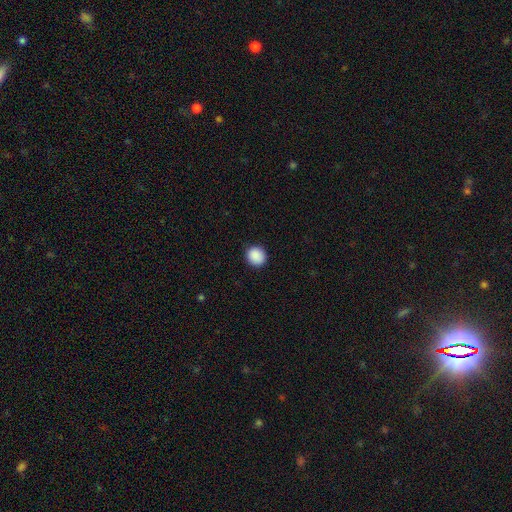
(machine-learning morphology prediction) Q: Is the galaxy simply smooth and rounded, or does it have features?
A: smooth — 90%.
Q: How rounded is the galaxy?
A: round — 90%.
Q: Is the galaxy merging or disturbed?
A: none — 92%.